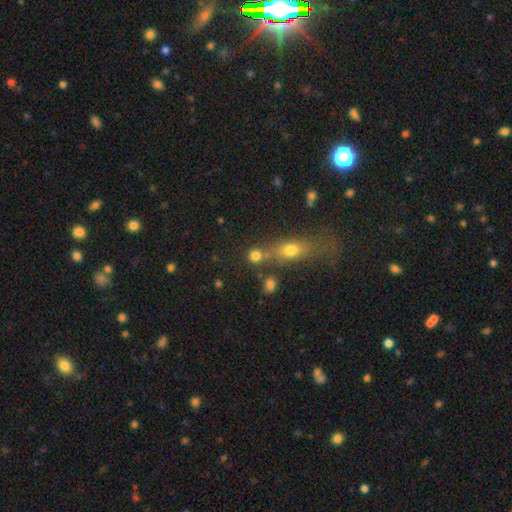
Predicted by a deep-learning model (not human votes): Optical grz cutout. It shows a smooth galaxy with no disk features (78%) that is round (83%). Merging: none (59%).